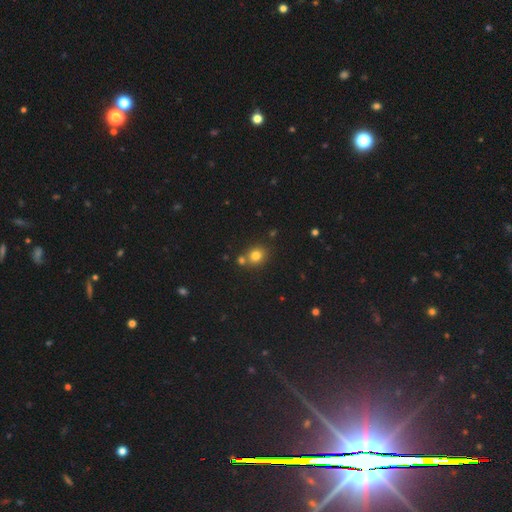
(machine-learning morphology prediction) smooth 79%, star or artifact 13%, featured or disk 7%. Down the decision tree: how rounded — round (71%); merging — none (65%).